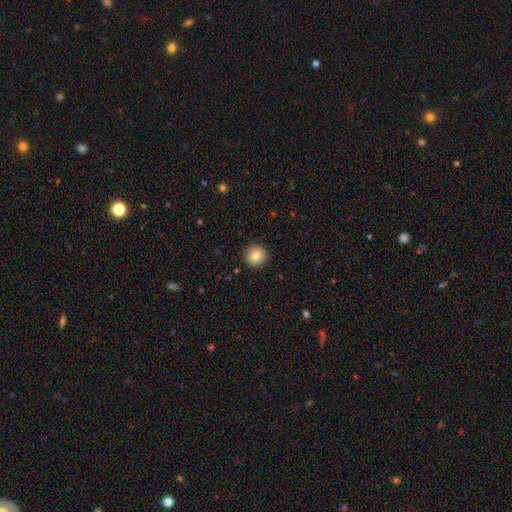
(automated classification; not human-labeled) smooth 84%, star or artifact 9%, featured or disk 7%. Down the decision tree: how rounded — round (95%); merging — none (93%).